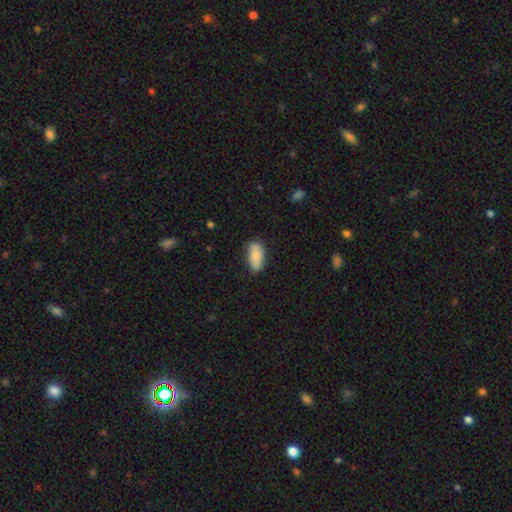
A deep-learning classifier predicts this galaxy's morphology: type=smooth (77%); roundness=in between (88%); merging=none (75%).